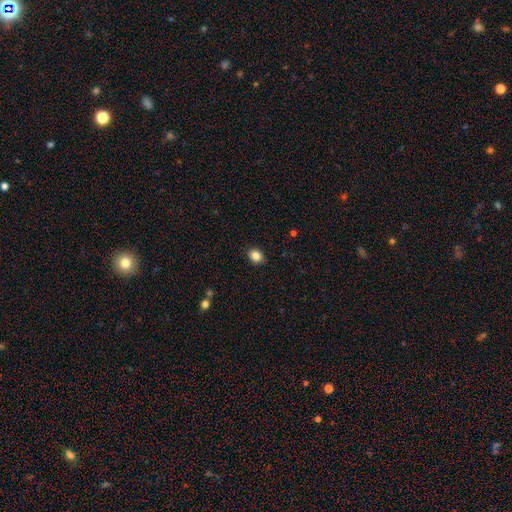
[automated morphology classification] A smooth galaxy with no disk features (85%) that is in between round and cigar-shaped (51%).

Vote fractions:
- Smooth or featured? smooth: 85% / star or artifact: 10% / featured or disk: 5%
- How rounded? in between: 51% / round: 48% / cigar-shaped: 1%
- Merging? none: 89% / minor disturbance: 8% / major disturbance: 2% / merger: 1%